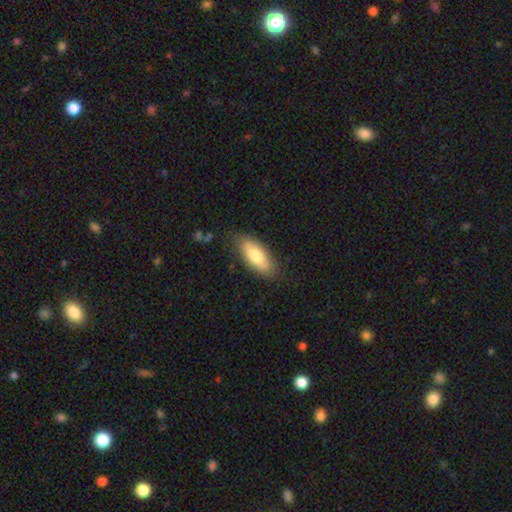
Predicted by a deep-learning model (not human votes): smooth_or_featured: smooth (p=0.74) [alt: featured or disk p=0.20]
how_rounded: in between (p=0.79) [alt: cigar-shaped p=0.19]
merging: none (p=0.81) [alt: minor disturbance p=0.15]